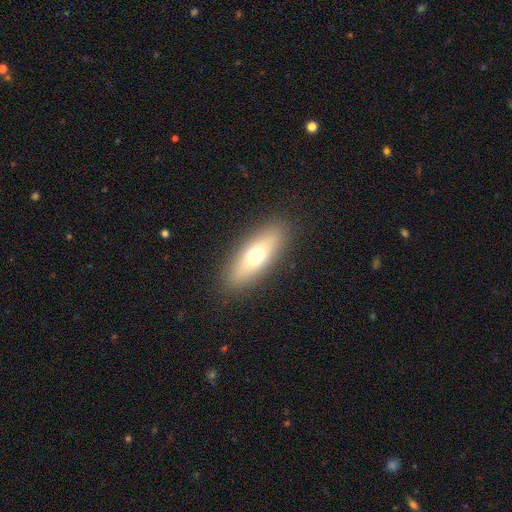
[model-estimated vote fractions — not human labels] Smooth or featured? Predicted: smooth (p=0.63). How rounded? Predicted: in between (p=0.53). Merging? Predicted: none (p=0.89).